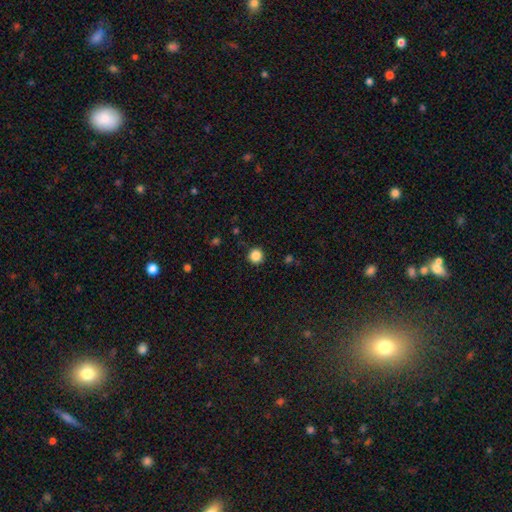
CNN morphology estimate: This appears to be a smooth galaxy with no disk features (86%) that is round (94%). Merging: none (91%).